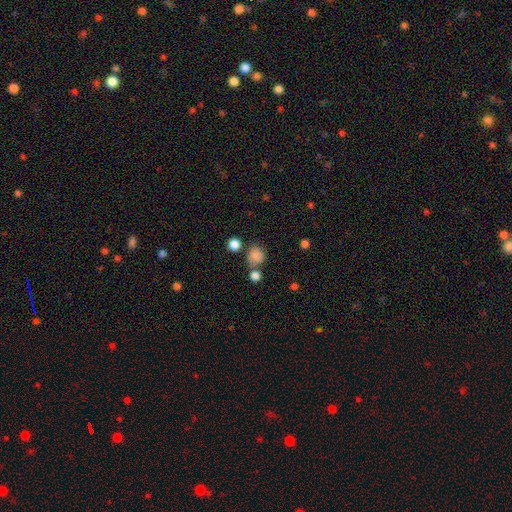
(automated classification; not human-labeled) A smooth galaxy with no disk features (83%) that is round (84%). Merging: none (61%).